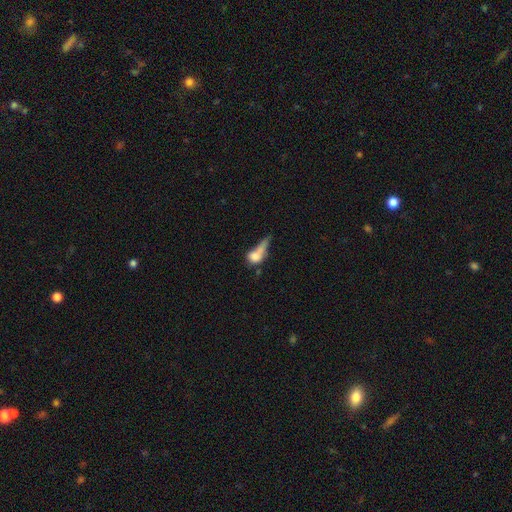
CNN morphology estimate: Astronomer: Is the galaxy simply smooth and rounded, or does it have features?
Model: smooth — 64%.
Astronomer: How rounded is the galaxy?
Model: in between — 51% (runner-up: round, 31%).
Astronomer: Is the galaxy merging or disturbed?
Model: major disturbance — 36% (runner-up: merger, 26%).